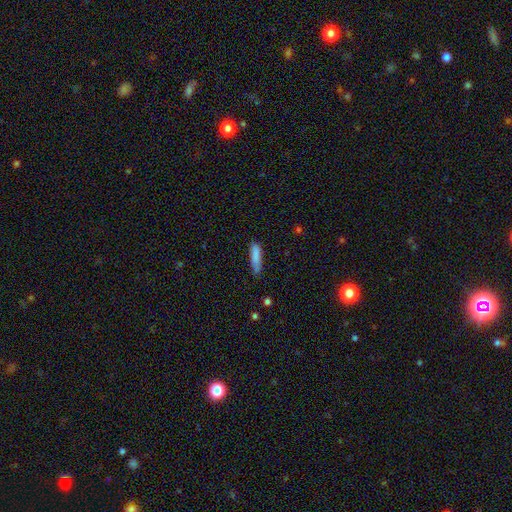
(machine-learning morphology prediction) This is clearly a smooth galaxy (85%). How rounded: likely cigar-shaped (74%). Merging: likely none (72%).